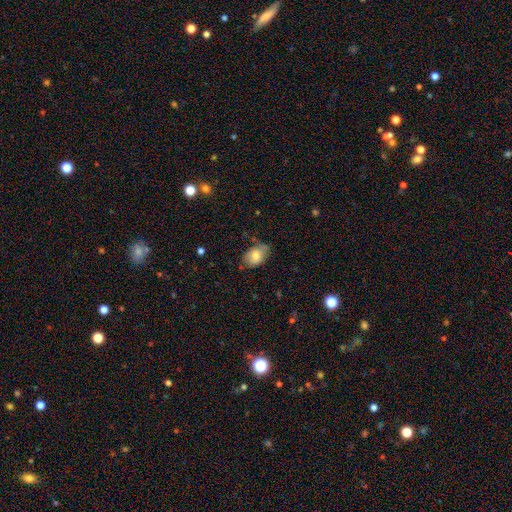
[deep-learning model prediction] smooth_or_featured: smooth (p=0.76) [alt: featured or disk p=0.16]
how_rounded: in between (p=0.79) [alt: round p=0.19]
merging: none (p=0.60) [alt: minor disturbance p=0.30]